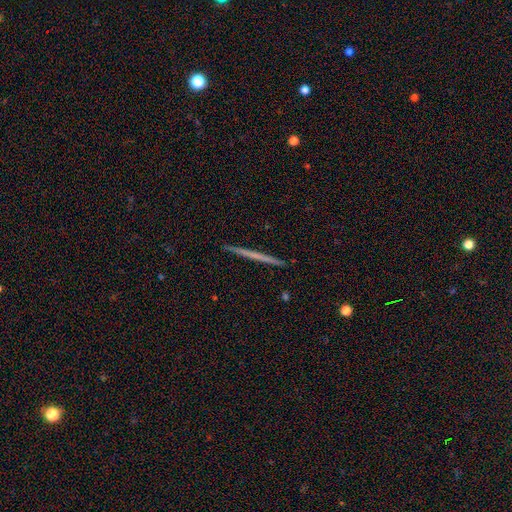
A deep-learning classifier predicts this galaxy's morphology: Smooth or featured: featured or disk — 53% (smooth — 42%)
Edge-on disk: yes — 98% (no — 2%)
Edge-on bulge: none — 93% (rounded — 5%)
Merging: none — 93% (minor disturbance — 5%)